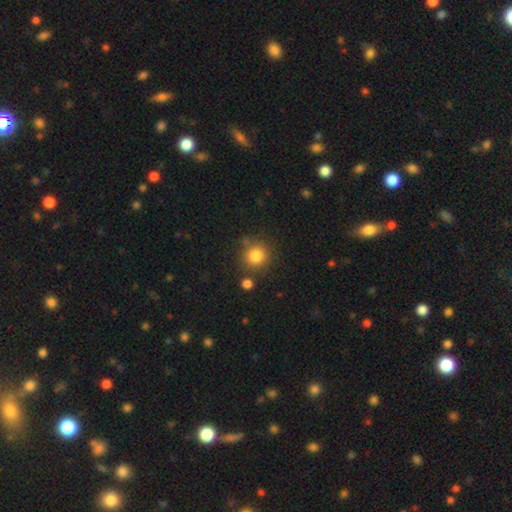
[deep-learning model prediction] A smooth galaxy with no disk features (83%) that is round (92%). Merging: none (79%).